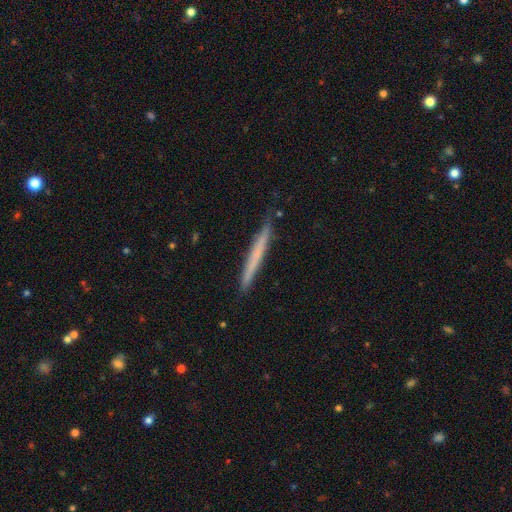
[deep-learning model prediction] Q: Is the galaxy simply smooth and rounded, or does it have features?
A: smooth — 57%.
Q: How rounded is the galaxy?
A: cigar-shaped — 97%.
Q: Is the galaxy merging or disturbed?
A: none — 88%.